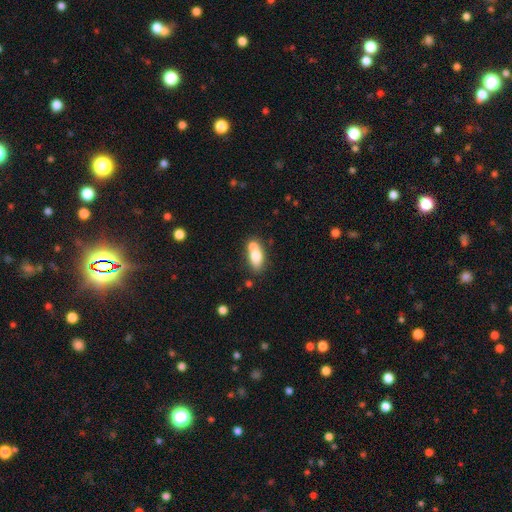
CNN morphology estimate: The model was most divided on "merging": merger: 48%, none: 36%, minor disturbance: 11%, major disturbance: 5%. More confident: how rounded — in between (80%); smooth or featured — smooth (72%).